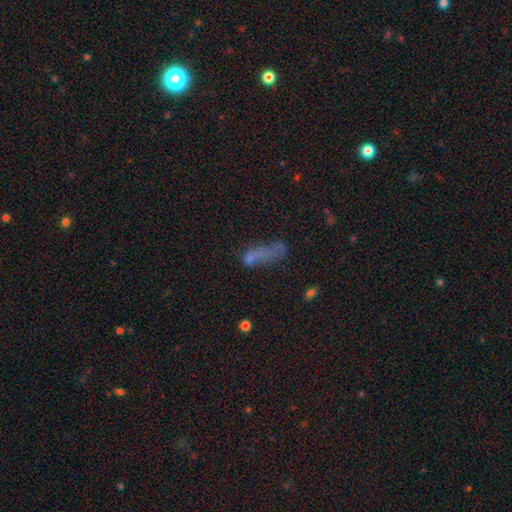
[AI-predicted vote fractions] This is possibly a smooth galaxy (56%). How rounded: possibly in between (55%). Merging: marginally major disturbance (33%).